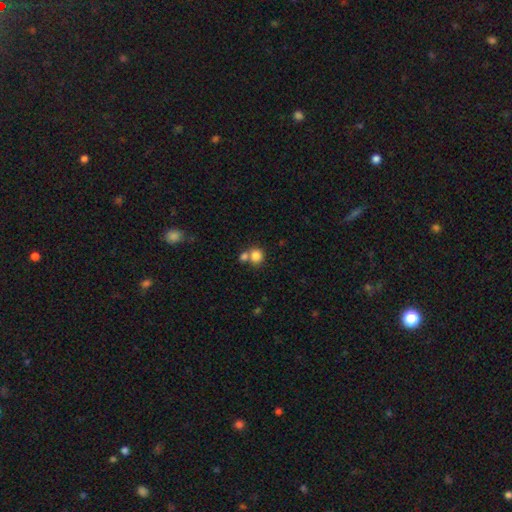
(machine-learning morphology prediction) The model was most divided on "merging": none: 50%, merger: 39%, minor disturbance: 8%, major disturbance: 3%. More confident: smooth or featured — smooth (83%); how rounded — round (82%).